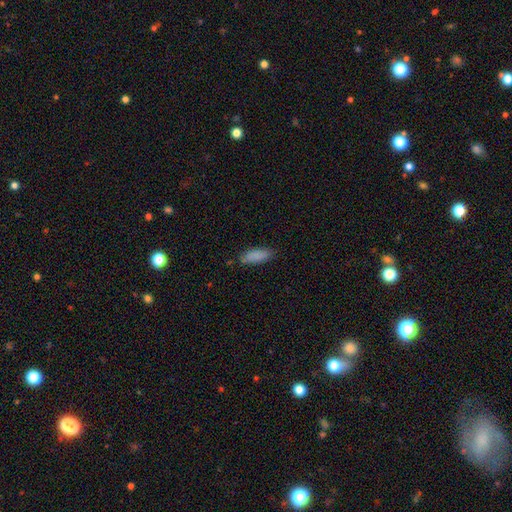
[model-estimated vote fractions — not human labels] This appears to be a smooth galaxy with no disk features (87%) that is in between round and cigar-shaped (70%). Merging: none (78%).